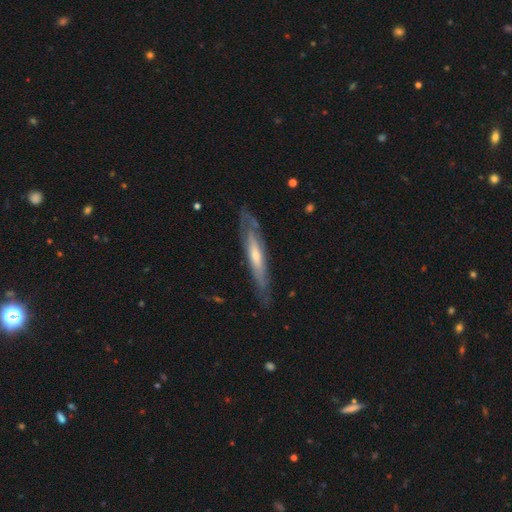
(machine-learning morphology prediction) smooth-or-featured: featured or disk: 66% | smooth: 28% | star or artifact: 6%
  disk-edge-on: yes: 66% | no: 34%
  merging: none: 75% | minor disturbance: 18% | major disturbance: 6% | merger: 2%